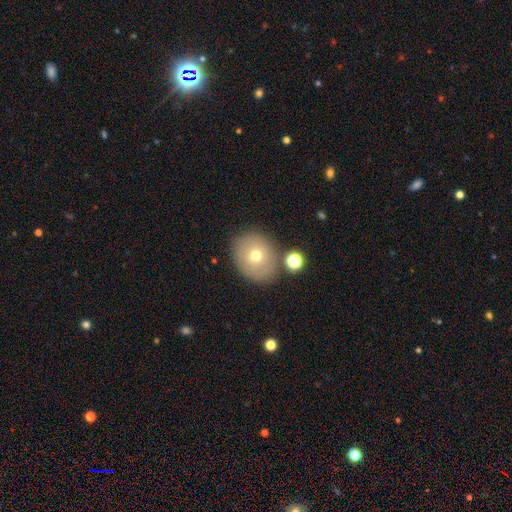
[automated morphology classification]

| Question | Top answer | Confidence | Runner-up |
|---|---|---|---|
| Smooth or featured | smooth | 69% | featured or disk (19%) |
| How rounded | round | 70% | in between (29%) |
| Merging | none | 78% | minor disturbance (11%) |